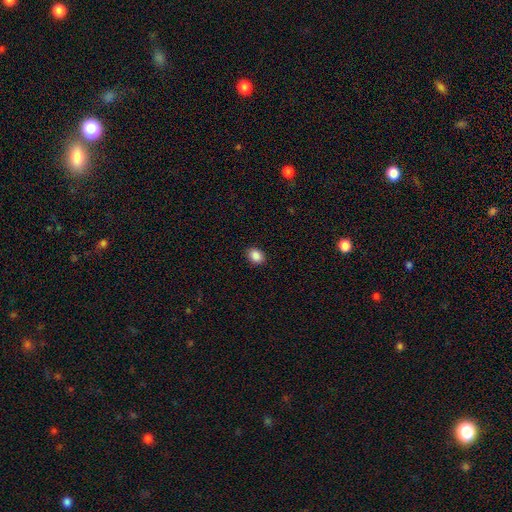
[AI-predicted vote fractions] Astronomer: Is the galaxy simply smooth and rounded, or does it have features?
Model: smooth — 89%.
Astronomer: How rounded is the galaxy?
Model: in between — 66%.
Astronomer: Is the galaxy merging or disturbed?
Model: none — 90%.